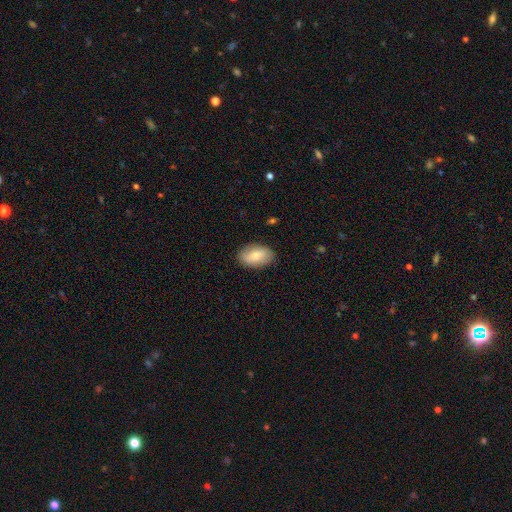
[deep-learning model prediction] Morphology: type=smooth (77%); roundness=in between (92%); merging=none (86%).